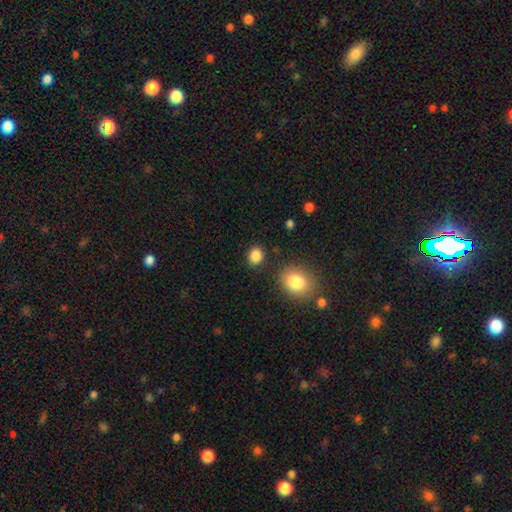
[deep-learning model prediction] Smooth or featured? Predicted: smooth (p=0.86). How rounded? Predicted: round (p=0.62). Merging? Predicted: none (p=0.85).